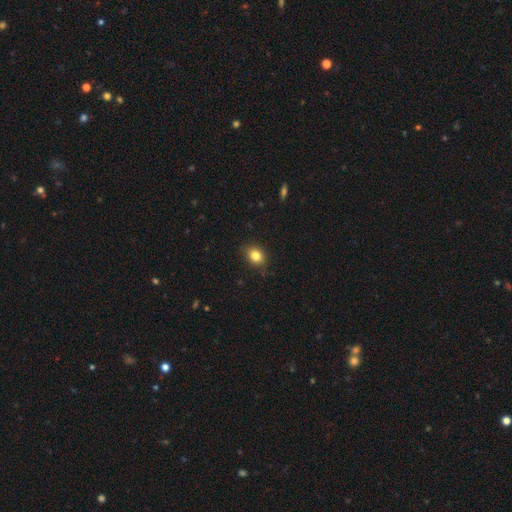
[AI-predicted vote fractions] Smooth or featured? smooth (83%)
How rounded? in between (58%)
Merging? none (85%)